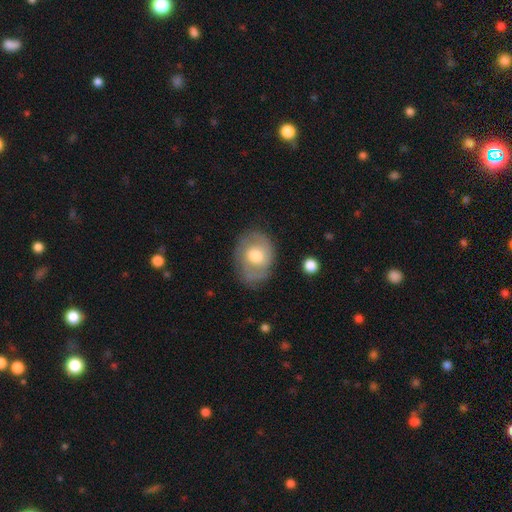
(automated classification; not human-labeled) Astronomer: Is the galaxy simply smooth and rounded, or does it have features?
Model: smooth — 49% (runner-up: featured or disk, 45%).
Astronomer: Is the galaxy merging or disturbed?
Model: none — 65%.